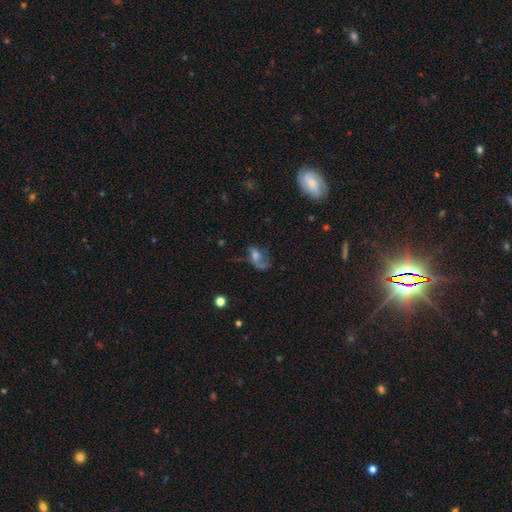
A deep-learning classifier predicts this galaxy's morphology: Q: Smooth or featured?
A: featured or disk (58%); runner-up: smooth (27%)
Q: Edge-on disk?
A: no (94%); runner-up: yes (6%)
Q: Bar?
A: no (68%); runner-up: weak (25%)
Q: Spiral arms?
A: yes (69%); runner-up: no (31%)
Q: Bulge size?
A: moderate (46%); runner-up: small (31%)
Q: Merging?
A: major disturbance (38%); runner-up: none (37%)